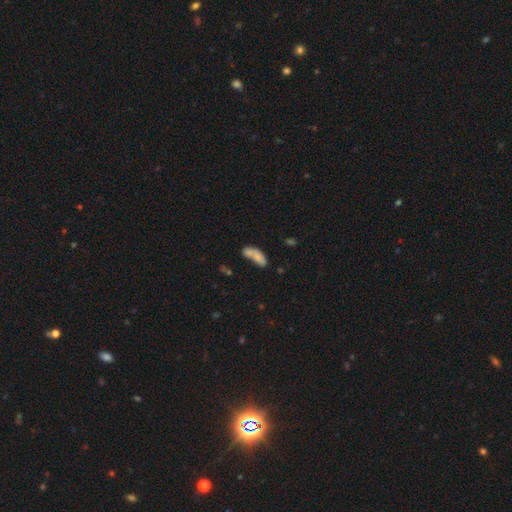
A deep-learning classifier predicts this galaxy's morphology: type=smooth (74%); roundness=in between (78%); merging=merger (53%).